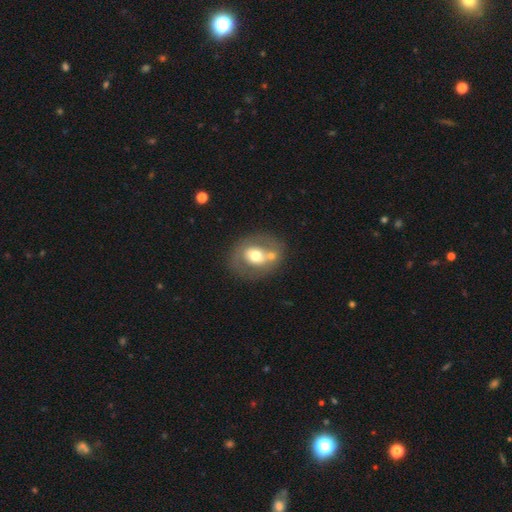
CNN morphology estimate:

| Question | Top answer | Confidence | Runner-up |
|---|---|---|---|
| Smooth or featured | smooth | 50% | featured or disk (42%) |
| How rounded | round | 57% | in between (42%) |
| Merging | none | 57% | merger (21%) |